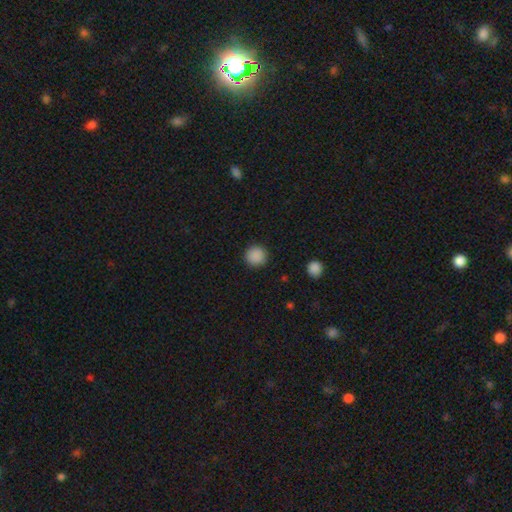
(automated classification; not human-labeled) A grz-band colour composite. It shows a smooth galaxy with no disk features (89%) that is round (95%). Merging: none (92%).